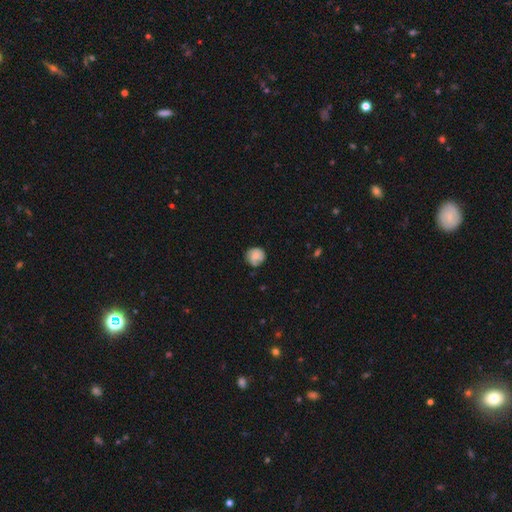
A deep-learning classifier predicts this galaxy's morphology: smooth 63%, featured or disk 29%, star or artifact 8%. Down the decision tree: how rounded — round (86%); merging — none (67%).